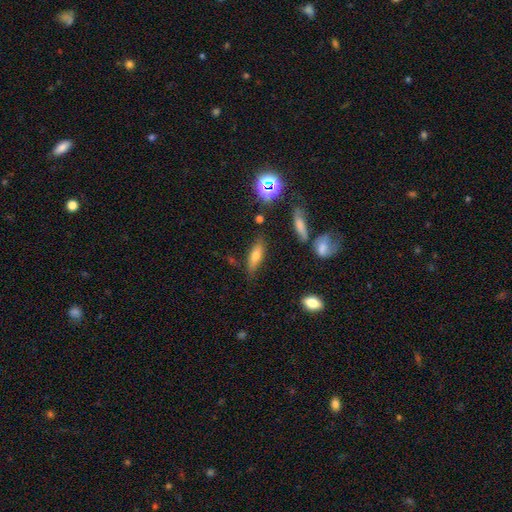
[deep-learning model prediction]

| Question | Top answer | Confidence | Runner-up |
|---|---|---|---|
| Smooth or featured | smooth | 60% | featured or disk (28%) |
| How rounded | cigar-shaped | 51% | in between (45%) |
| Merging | none | 78% | minor disturbance (14%) |